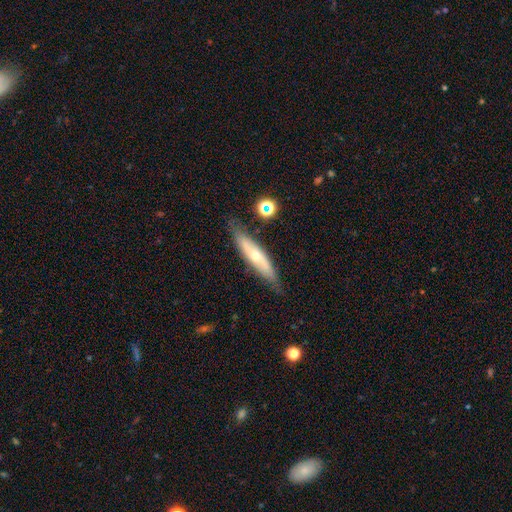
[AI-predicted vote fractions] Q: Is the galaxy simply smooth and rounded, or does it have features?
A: featured or disk — 47%.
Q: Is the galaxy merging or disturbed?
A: none — 79%.